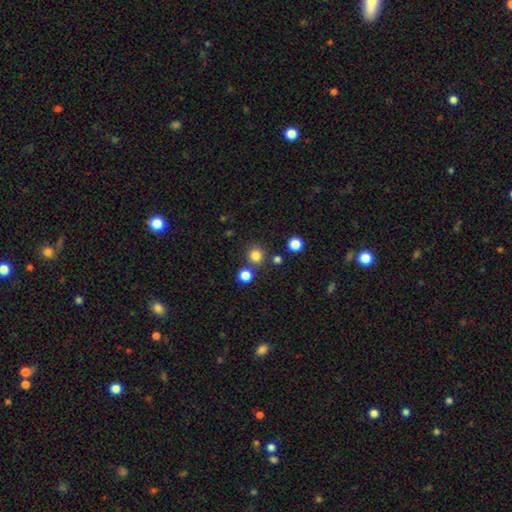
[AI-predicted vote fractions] The model was most divided on "smooth or featured": smooth: 80%, star or artifact: 15%, featured or disk: 5%. More confident: how rounded — round (92%); merging — none (79%).